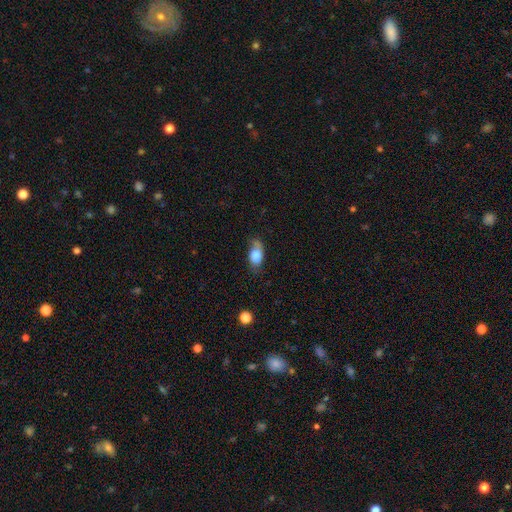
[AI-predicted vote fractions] This is likely a smooth galaxy (73%). How rounded: clearly in between (86%). Merging: possibly none (50%).